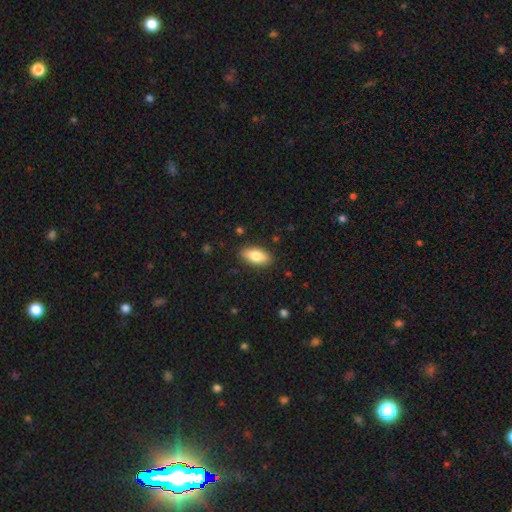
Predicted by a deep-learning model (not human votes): Smooth or featured? Predicted: smooth (p=0.81). How rounded? Predicted: in between (p=0.88). Merging? Predicted: none (p=0.88).